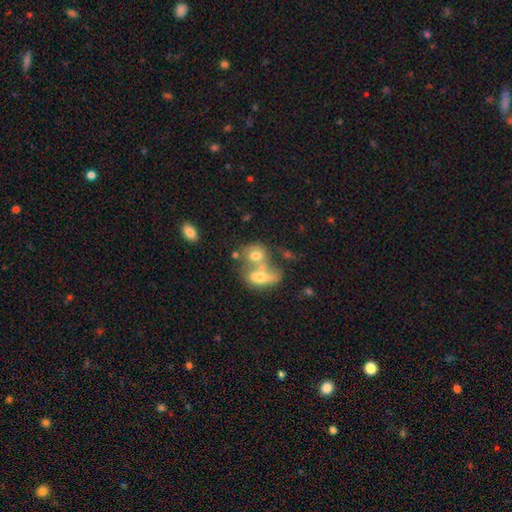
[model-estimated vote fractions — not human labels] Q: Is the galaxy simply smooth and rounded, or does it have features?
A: smooth — 64%.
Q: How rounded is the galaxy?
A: in between — 65%.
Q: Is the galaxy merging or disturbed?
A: merger — 68%.